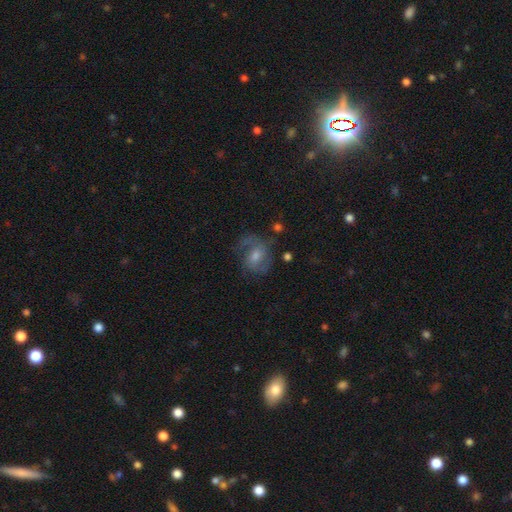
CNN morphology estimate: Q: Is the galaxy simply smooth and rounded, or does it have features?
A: featured or disk — 70%.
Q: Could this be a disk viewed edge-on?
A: no — 97%.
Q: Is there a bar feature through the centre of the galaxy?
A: no — 48%.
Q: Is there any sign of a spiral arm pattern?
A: yes — 91%.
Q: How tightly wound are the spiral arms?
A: medium — 51%.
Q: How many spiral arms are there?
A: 2 — 70%.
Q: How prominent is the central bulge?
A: moderate — 55%.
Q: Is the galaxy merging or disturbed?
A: none — 66%.